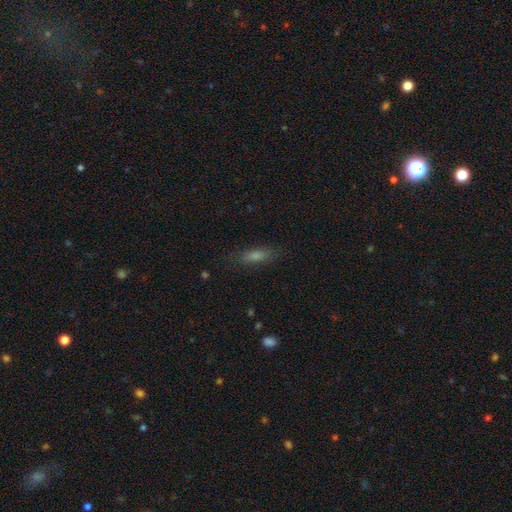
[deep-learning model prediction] Overall: smooth (61%; featured or disk 23%). How rounded: cigar-shaped (61%; in between 36%). Merging: none (83%).